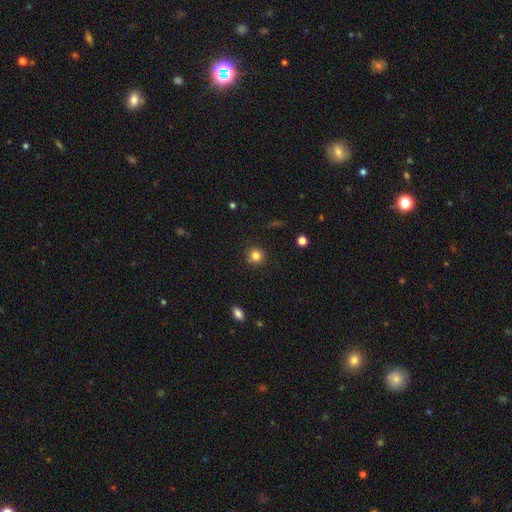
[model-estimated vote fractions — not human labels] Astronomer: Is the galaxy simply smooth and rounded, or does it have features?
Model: smooth — 82%.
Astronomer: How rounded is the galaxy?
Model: round — 91%.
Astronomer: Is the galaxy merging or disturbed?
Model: none — 85%.